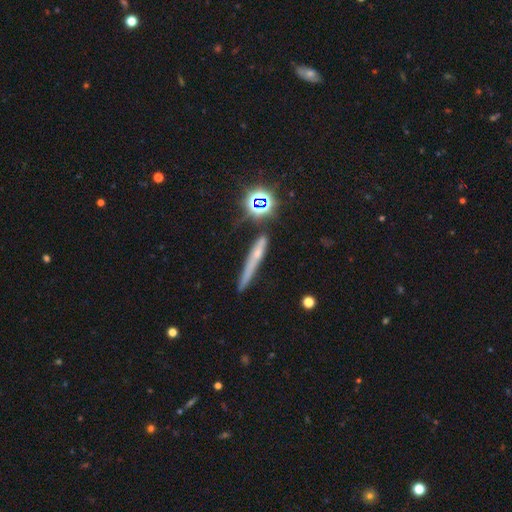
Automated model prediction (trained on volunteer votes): smooth 41%, featured or disk 35%, star or artifact 24%. Down the decision tree: merging — none (71%).